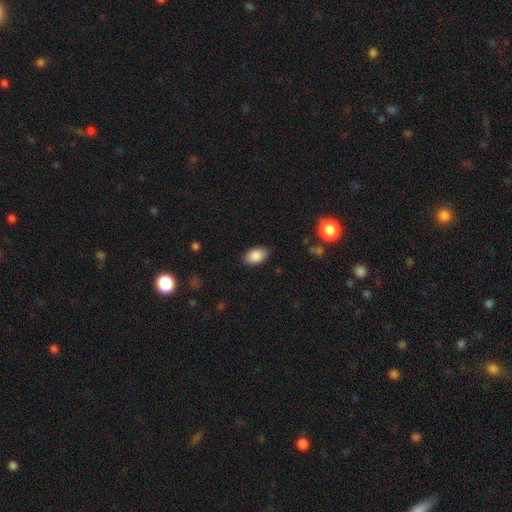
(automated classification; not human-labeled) Overall: smooth (88%). How rounded: in between (91%). Merging: none (86%).